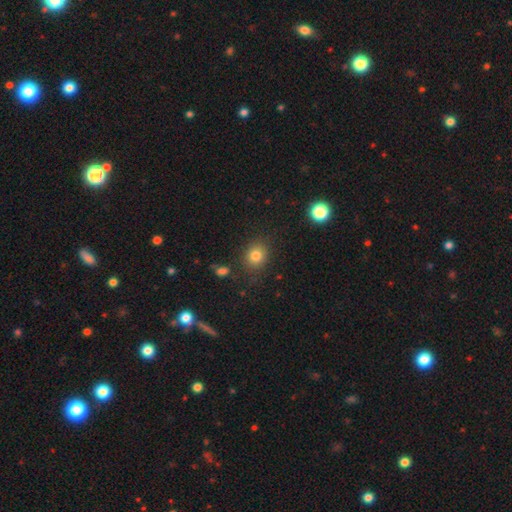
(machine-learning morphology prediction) This appears to be a smooth galaxy with no disk features (81%) that is round (70%). Merging: none (84%).